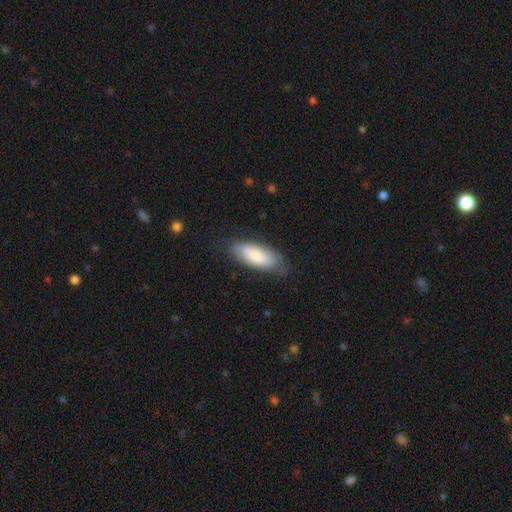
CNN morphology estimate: type=smooth (80%); roundness=in between (81%); merging=none (73%).